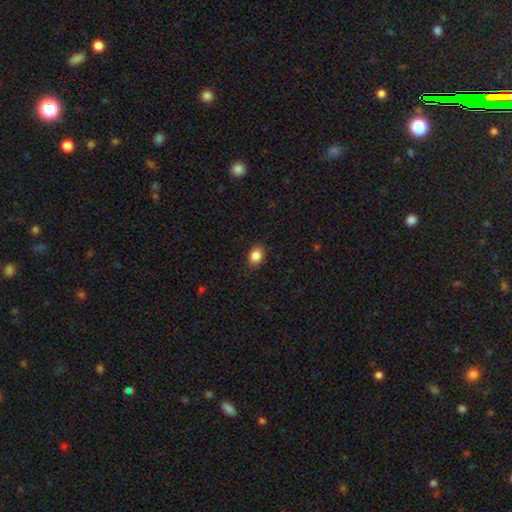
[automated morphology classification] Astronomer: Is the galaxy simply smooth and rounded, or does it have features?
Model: smooth — 86%.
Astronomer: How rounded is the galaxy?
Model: in between — 65%.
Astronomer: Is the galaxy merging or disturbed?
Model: none — 85%.